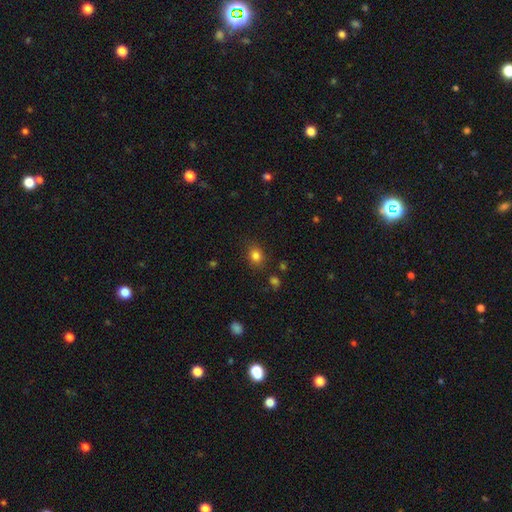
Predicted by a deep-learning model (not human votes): Q: Smooth or featured?
A: smooth (82%); runner-up: star or artifact (12%)
Q: How rounded?
A: round (55%); runner-up: in between (44%)
Q: Merging?
A: none (82%); runner-up: minor disturbance (12%)